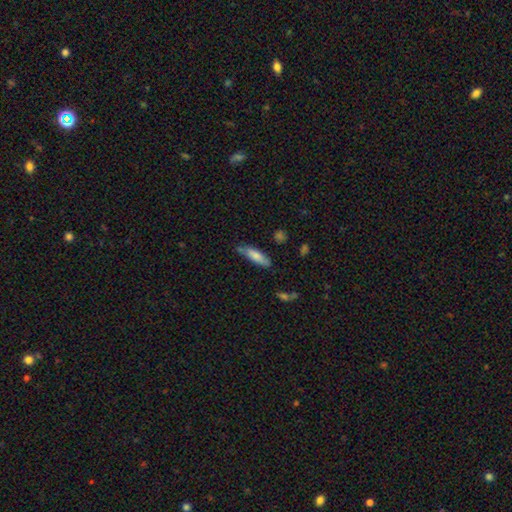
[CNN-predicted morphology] A smooth galaxy with no disk features (76%) that is cigar-shaped (62%).

Vote fractions:
- Smooth or featured? smooth: 76% / featured or disk: 18% / star or artifact: 6%
- How rounded? cigar-shaped: 62% / in between: 36% / round: 2%
- Merging? none: 66% / minor disturbance: 26% / major disturbance: 4% / merger: 3%